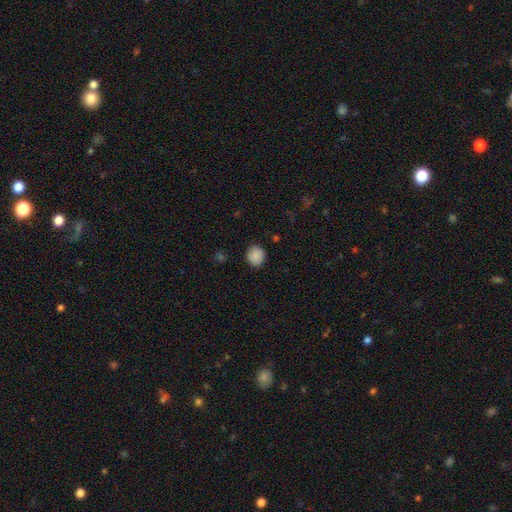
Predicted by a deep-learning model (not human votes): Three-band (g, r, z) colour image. It shows a smooth galaxy with no disk features (88%) that is round (83%). Merging: none (86%).